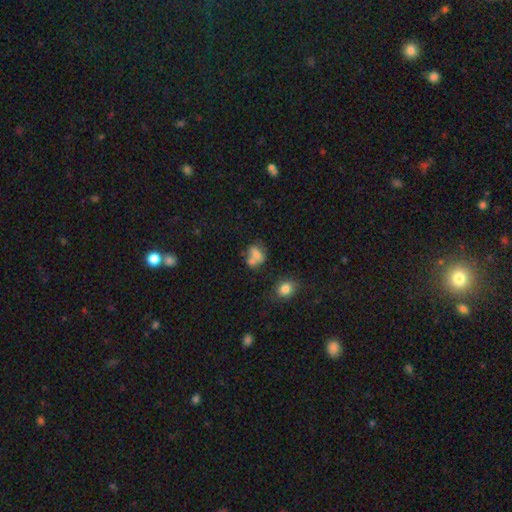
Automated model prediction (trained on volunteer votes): Smooth or featured: smooth — 66% (featured or disk — 21%)
How rounded: in between — 63% (round — 33%)
Merging: merger — 45% (none — 34%)